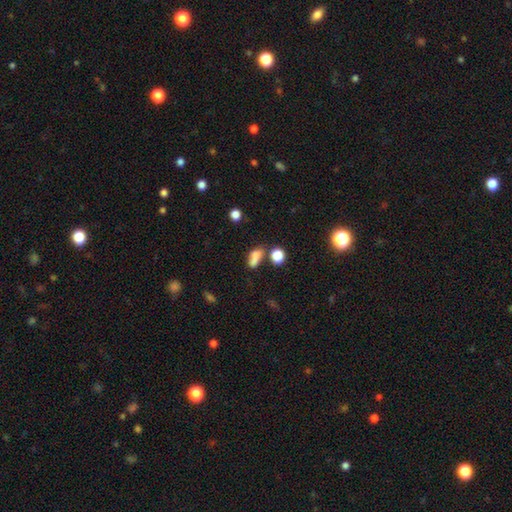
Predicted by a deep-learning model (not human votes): Smooth or featured?
  - smooth: 74% *
  - star or artifact: 14%
  - featured or disk: 12%
How rounded?
  - in between: 65% *
  - round: 23%
  - cigar-shaped: 12%
Merging?
  - none: 37% *
  - merger: 36%
  - minor disturbance: 16%
  - major disturbance: 11%